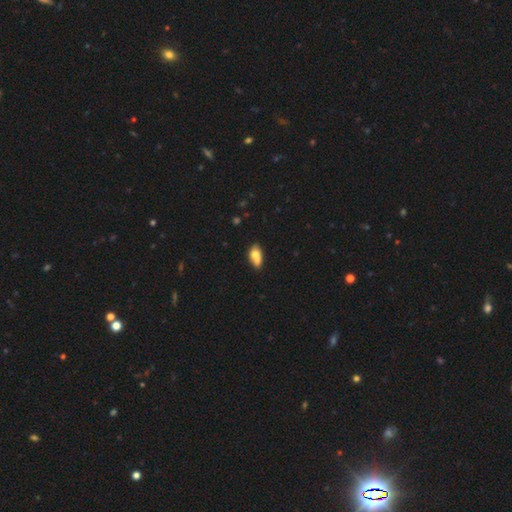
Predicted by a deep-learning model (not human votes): Overall: smooth (72%). How rounded: in between (85%). Merging: none (41%; merger 26%).